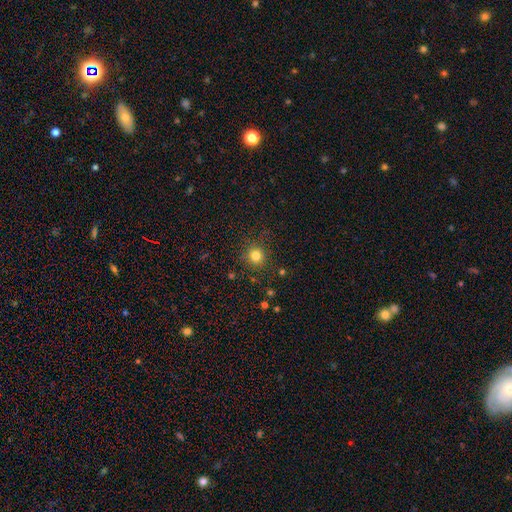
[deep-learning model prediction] This appears to be a smooth galaxy with no disk features (80%) that is round (93%). Merging: none (89%).